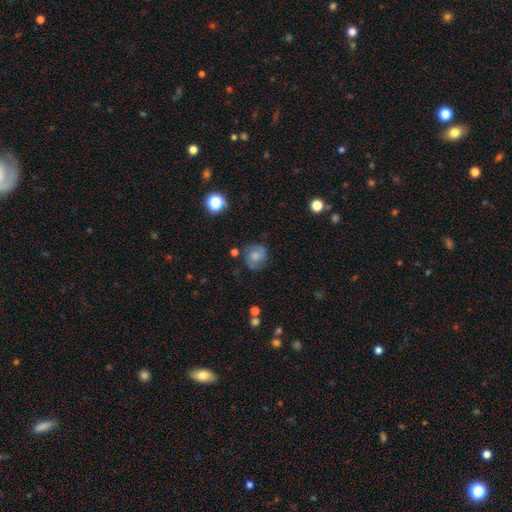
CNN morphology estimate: This is possibly a smooth galaxy (56%). How rounded: likely round (77%). Merging: likely none (69%).